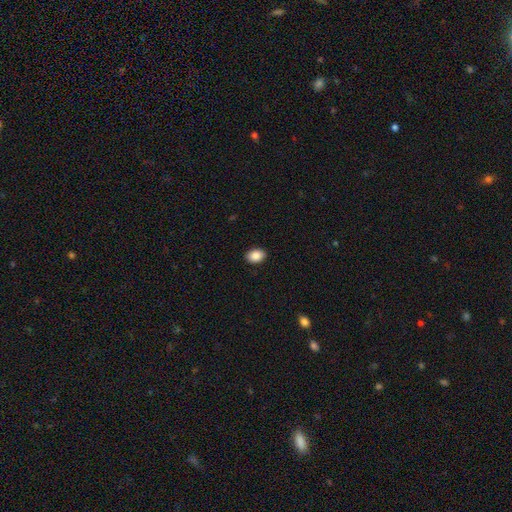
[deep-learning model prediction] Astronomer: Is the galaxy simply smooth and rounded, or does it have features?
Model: smooth — 88%.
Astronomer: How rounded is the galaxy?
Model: in between — 76%.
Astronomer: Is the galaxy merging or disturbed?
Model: none — 90%.